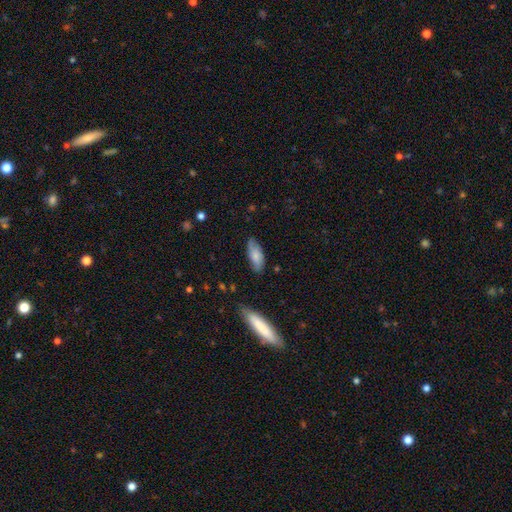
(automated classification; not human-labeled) Smooth or featured?
  - smooth: 72% *
  - featured or disk: 21%
  - star or artifact: 6%
How rounded?
  - in between: 81% *
  - cigar-shaped: 16%
  - round: 2%
Merging?
  - none: 75% *
  - minor disturbance: 20%
  - major disturbance: 4%
  - merger: 2%